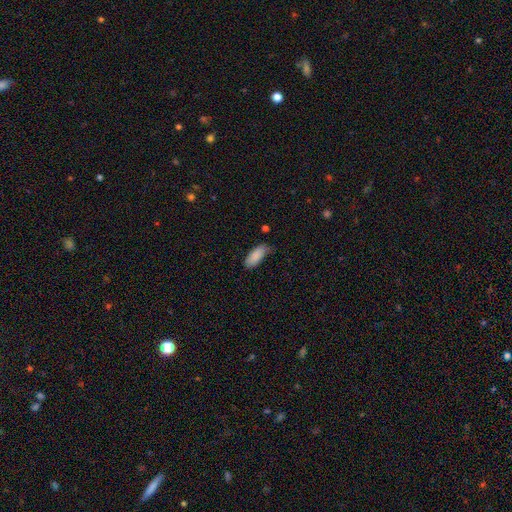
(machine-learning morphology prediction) smooth 87%, star or artifact 7%, featured or disk 6%. Down the decision tree: how rounded — in between (85%); merging — none (59%).